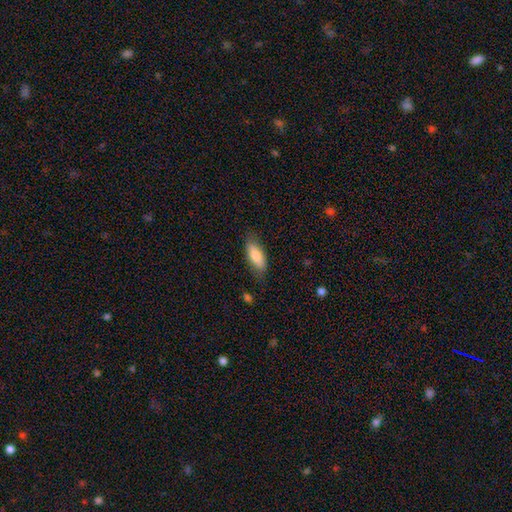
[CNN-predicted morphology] This appears to be a smooth galaxy with no disk features (78%) that is in between round and cigar-shaped (72%). Merging: none (79%).